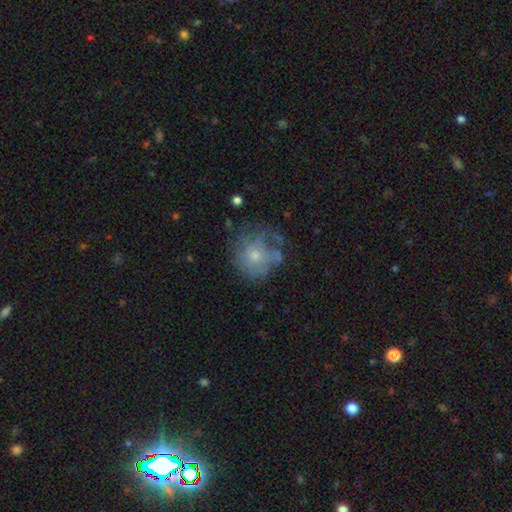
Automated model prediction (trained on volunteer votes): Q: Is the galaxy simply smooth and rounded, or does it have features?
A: smooth — 47%.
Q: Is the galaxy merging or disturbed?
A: none — 48%.